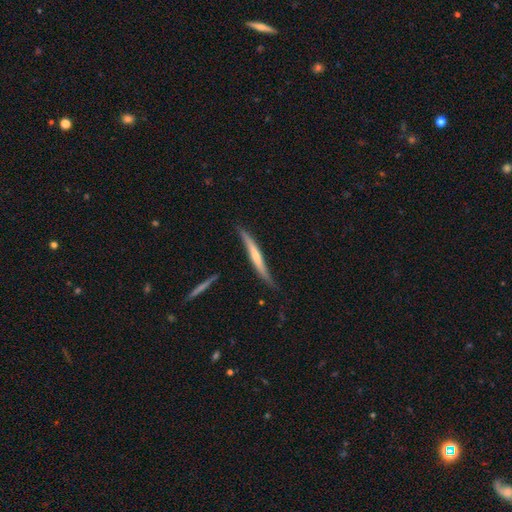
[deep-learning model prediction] This appears to be a featured or disk galaxy (58%) viewed edge-on (92%) with a rounded central bulge (53%). Merging: none (71%).